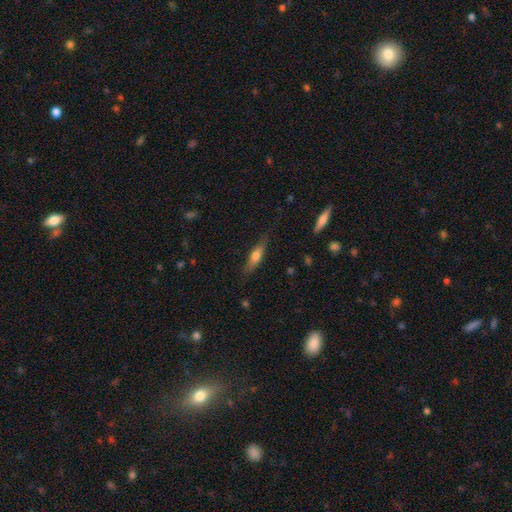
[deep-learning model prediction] A smooth galaxy with no disk features (59%) that is cigar-shaped (67%). Merging: none (81%).